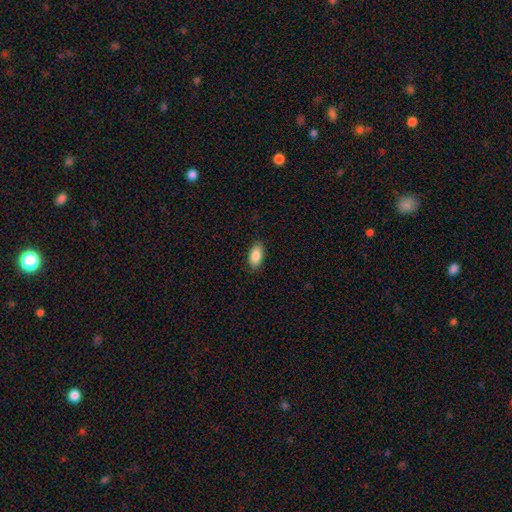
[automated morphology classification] A smooth galaxy with no disk features (87%) that is in between round and cigar-shaped (91%). Merging: none (87%).